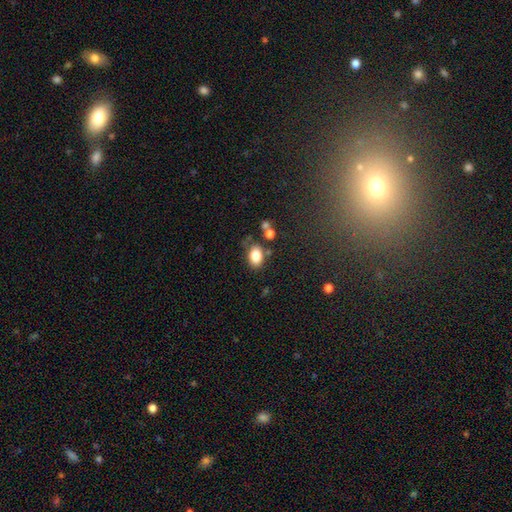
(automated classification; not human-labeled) Overall: smooth (82%). How rounded: in between (82%). Merging: none (72%).